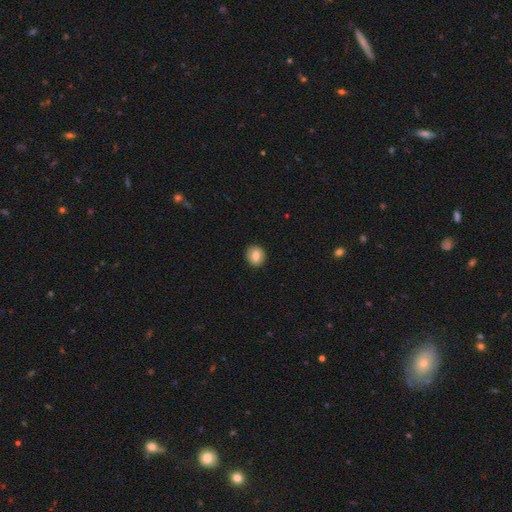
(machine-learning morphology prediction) A smooth galaxy with no disk features (72%) that is round (77%). Merging: none (89%).